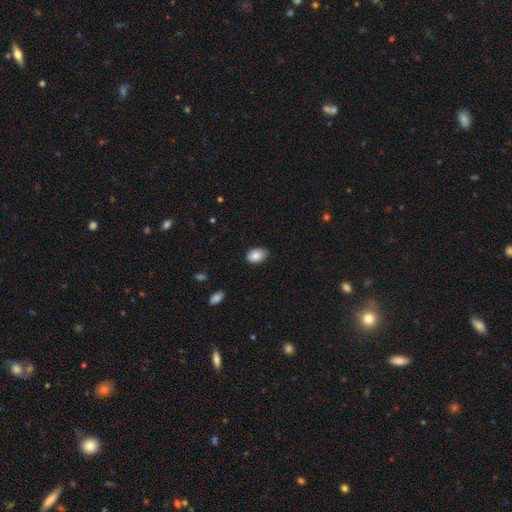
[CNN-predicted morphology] This appears to be a smooth galaxy with no disk features (87%) that is in between round and cigar-shaped (89%). Merging: none (85%).